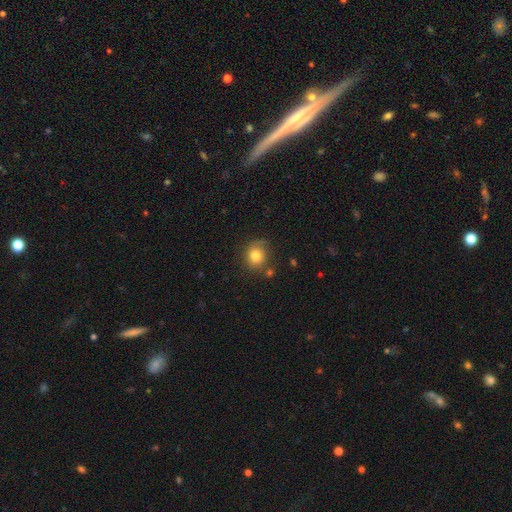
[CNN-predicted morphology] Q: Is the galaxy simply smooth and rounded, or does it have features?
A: smooth — 78%.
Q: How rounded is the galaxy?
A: round — 77%.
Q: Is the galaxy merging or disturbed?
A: none — 69%.